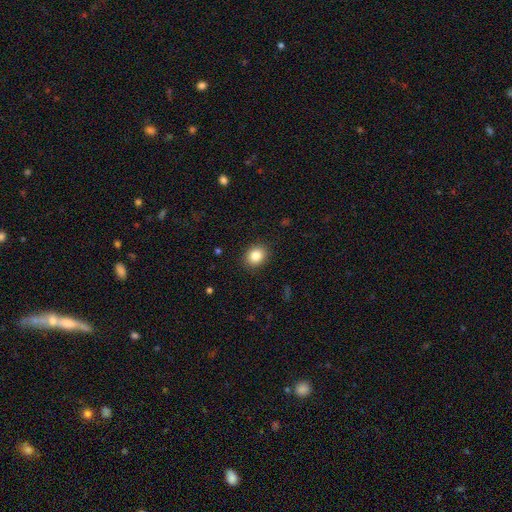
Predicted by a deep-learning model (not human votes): Smooth or featured? smooth (84%)
How rounded? round (61%)
Merging? none (89%)